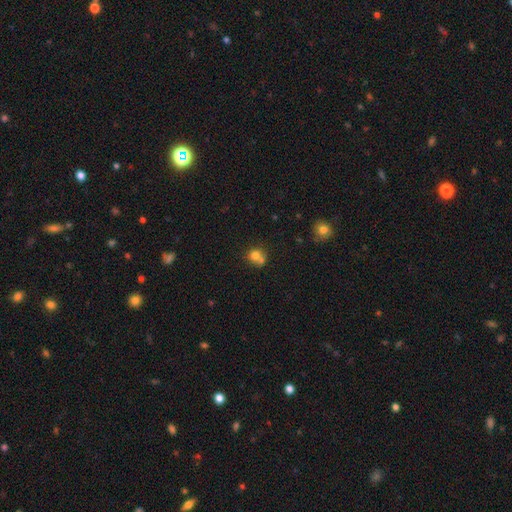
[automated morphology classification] smooth_or_featured: smooth (p=0.74) [alt: featured or disk p=0.14]
how_rounded: round (p=0.80) [alt: in between p=0.19]
merging: merger (p=0.47) [alt: none p=0.40]